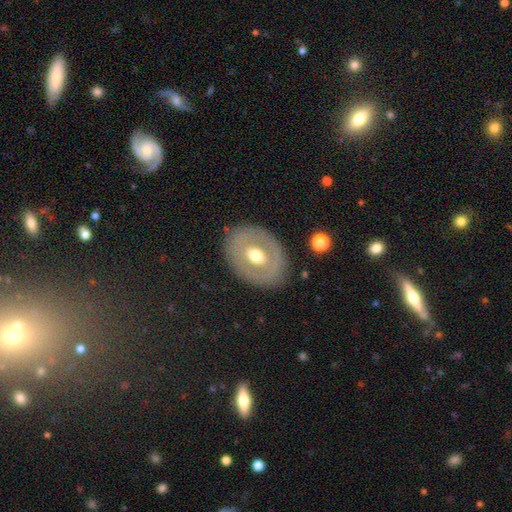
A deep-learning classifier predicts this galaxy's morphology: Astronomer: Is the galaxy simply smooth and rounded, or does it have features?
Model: featured or disk — 53% (runner-up: smooth, 41%).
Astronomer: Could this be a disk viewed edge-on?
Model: no — 92%.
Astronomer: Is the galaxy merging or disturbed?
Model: none — 82%.